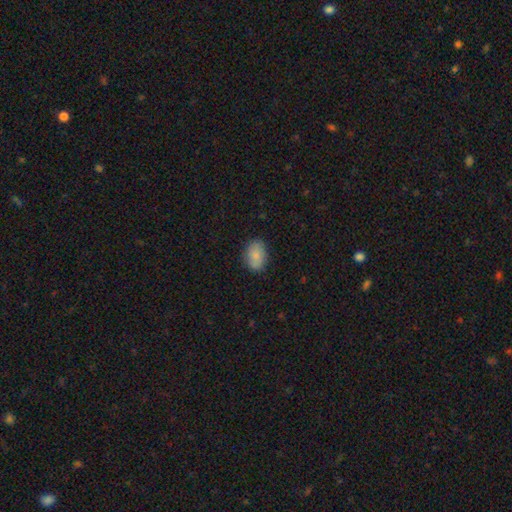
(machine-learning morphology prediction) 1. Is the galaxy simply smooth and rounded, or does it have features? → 83% smooth, 9% featured or disk, 7% star or artifact.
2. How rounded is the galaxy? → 82% in between, 16% round, 1% cigar-shaped.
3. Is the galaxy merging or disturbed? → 84% none, 12% minor disturbance, 3% major disturbance, 1% merger.